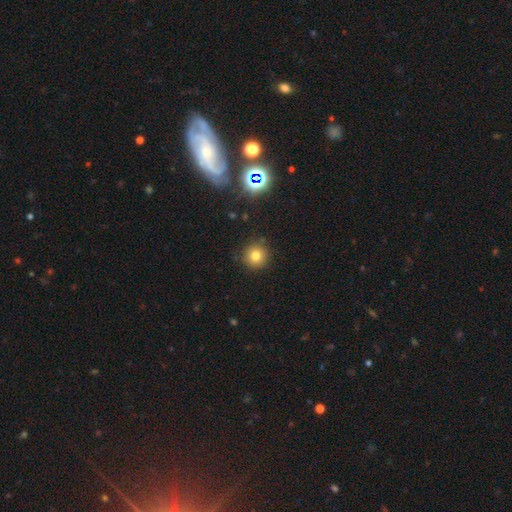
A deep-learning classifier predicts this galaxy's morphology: smooth-or-featured: smooth: 76% | star or artifact: 15% | featured or disk: 8%
  how-rounded: round: 94% | in between: 5% | cigar-shaped: 1%
  merging: none: 88% | minor disturbance: 7% | major disturbance: 2% | merger: 2%